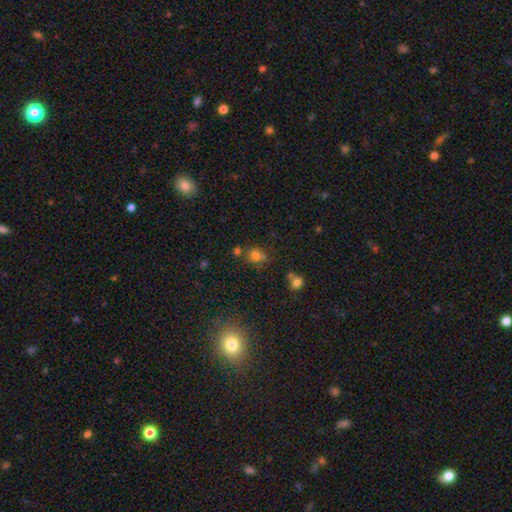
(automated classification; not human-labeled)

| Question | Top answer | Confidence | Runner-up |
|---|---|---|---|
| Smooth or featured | smooth | 73% | star or artifact (18%) |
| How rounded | round | 73% | in between (26%) |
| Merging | none | 60% | merger (20%) |